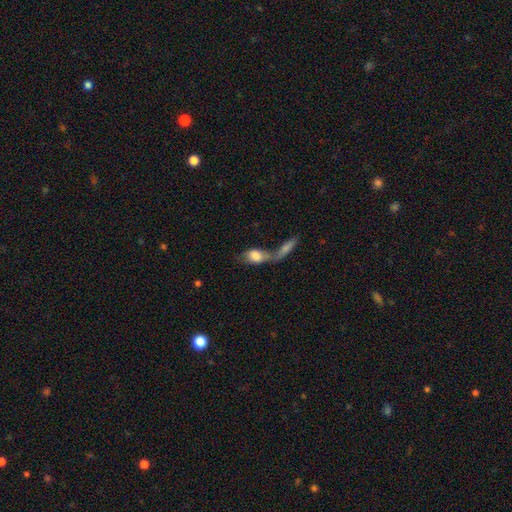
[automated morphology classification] Smooth or featured? Predicted: smooth (p=0.71). How rounded? Predicted: in between (p=0.80). Merging? Predicted: merger (p=0.69).